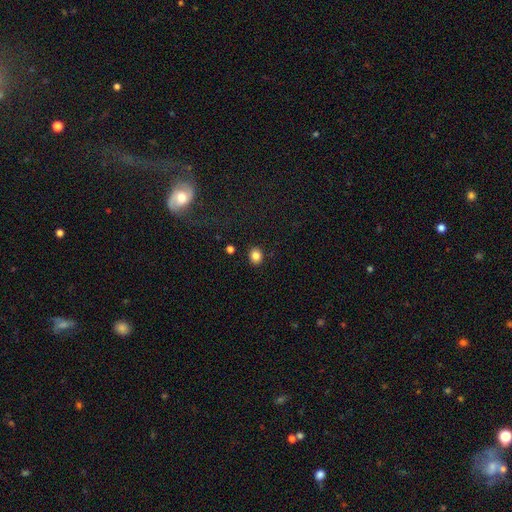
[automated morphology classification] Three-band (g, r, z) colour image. It shows a smooth galaxy with no disk features (84%) that is round (65%). Merging: none (89%).